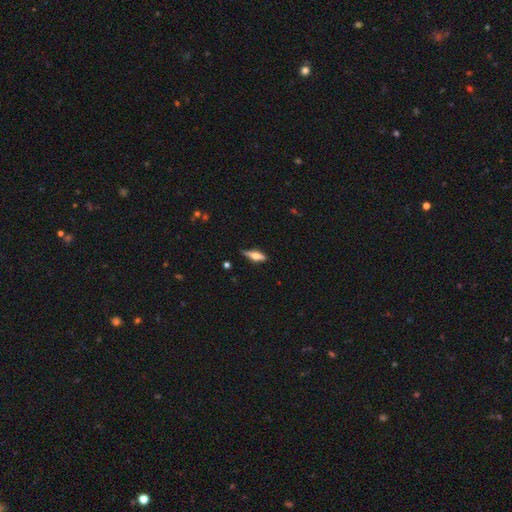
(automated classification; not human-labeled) smooth_or_featured: smooth (p=0.47) [alt: featured or disk p=0.46]
merging: none (p=0.78) [alt: minor disturbance p=0.17]